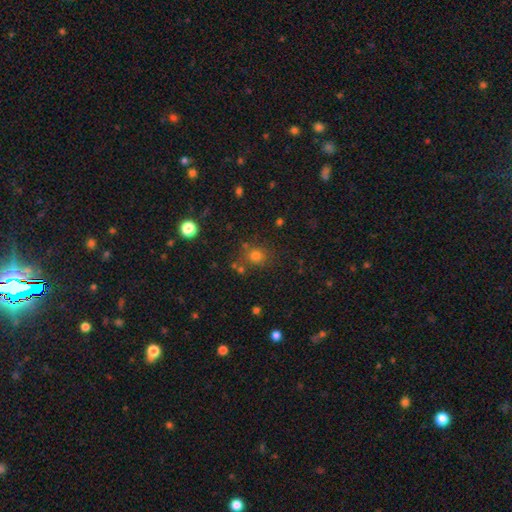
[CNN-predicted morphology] smooth-or-featured: smooth: 73% | star or artifact: 20% | featured or disk: 7%
  how-rounded: round: 84% | in between: 15% | cigar-shaped: 1%
  merging: none: 76% | minor disturbance: 11% | merger: 9% | major disturbance: 4%